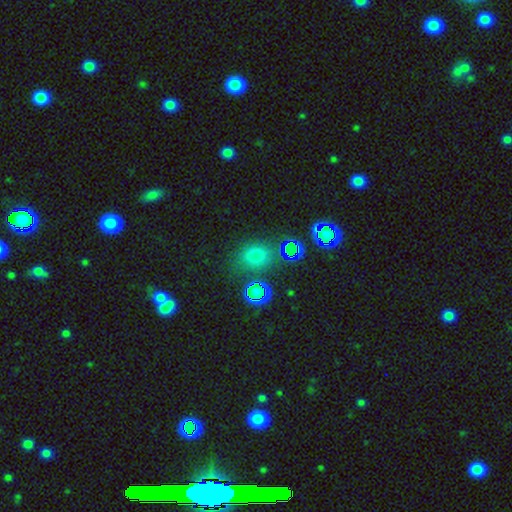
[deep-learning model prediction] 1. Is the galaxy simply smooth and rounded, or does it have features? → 67% smooth, 26% star or artifact, 7% featured or disk.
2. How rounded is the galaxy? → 56% in between, 42% round, 2% cigar-shaped.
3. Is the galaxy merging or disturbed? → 78% none, 13% minor disturbance, 5% merger, 4% major disturbance.